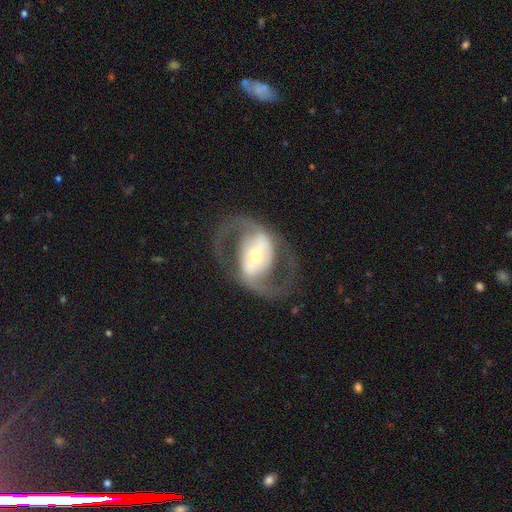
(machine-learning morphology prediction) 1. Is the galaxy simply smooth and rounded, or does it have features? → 86% featured or disk, 10% smooth, 5% star or artifact.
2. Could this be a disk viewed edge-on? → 96% no, 4% yes.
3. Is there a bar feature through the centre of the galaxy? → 46% strong, 30% weak, 23% no.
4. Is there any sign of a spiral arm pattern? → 80% yes, 20% no.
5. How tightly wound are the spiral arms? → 54% medium, 28% loose, 18% tight.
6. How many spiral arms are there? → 90% 2, 5% can't tell, 2% 1, 1% 3, 1% 4, 1% more than 4.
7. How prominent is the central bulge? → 60% moderate, 26% small, 11% large, 2% dominant, 1% none.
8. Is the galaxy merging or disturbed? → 73% none, 14% major disturbance, 11% minor disturbance, 2% merger.